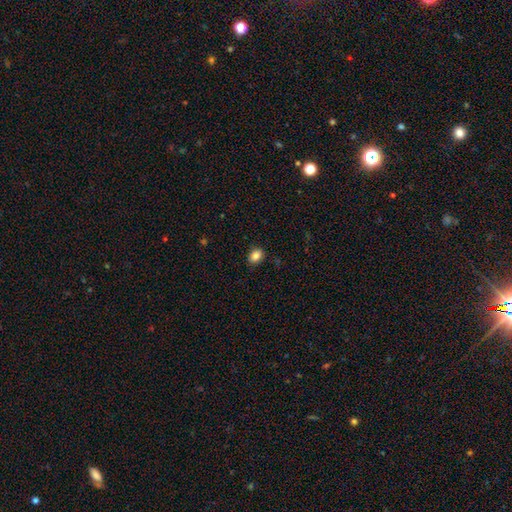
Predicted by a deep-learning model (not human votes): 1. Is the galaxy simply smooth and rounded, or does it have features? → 86% smooth, 9% star or artifact, 5% featured or disk.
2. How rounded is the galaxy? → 72% in between, 27% round, 1% cigar-shaped.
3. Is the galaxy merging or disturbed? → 85% none, 11% minor disturbance, 2% major disturbance, 1% merger.